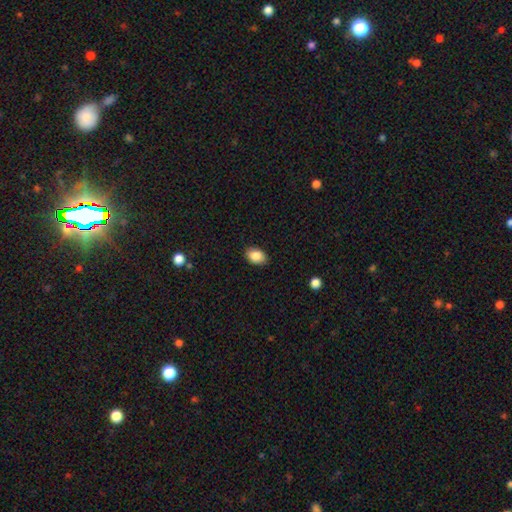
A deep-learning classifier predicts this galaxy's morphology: type=smooth (87%); roundness=in between (83%); merging=none (87%).